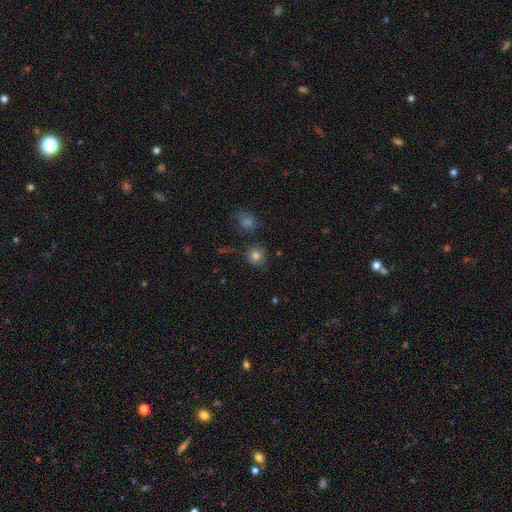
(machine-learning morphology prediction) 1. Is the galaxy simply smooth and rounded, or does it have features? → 80% smooth, 12% star or artifact, 8% featured or disk.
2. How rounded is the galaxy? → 90% round, 9% in between, 1% cigar-shaped.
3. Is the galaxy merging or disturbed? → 76% none, 14% minor disturbance, 5% merger, 4% major disturbance.